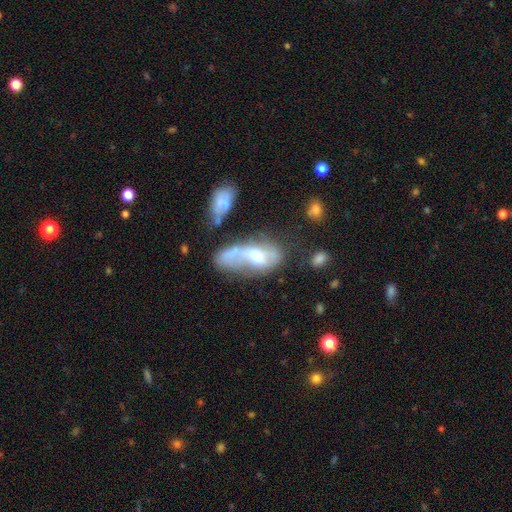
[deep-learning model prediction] A featured or disk galaxy (54%). Merging: merger (31%).